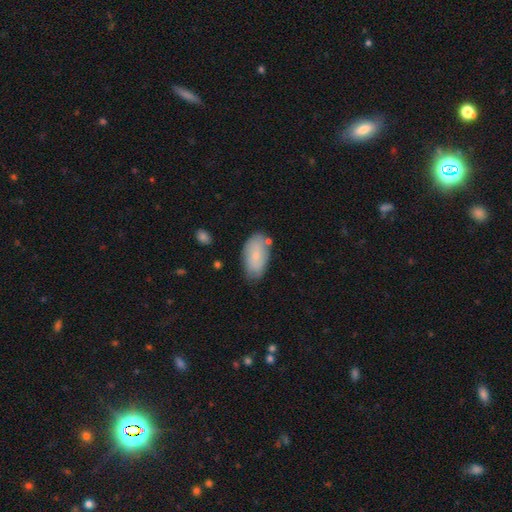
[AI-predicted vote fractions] Overall: smooth (70%). How rounded: in between (94%). Merging: none (72%).